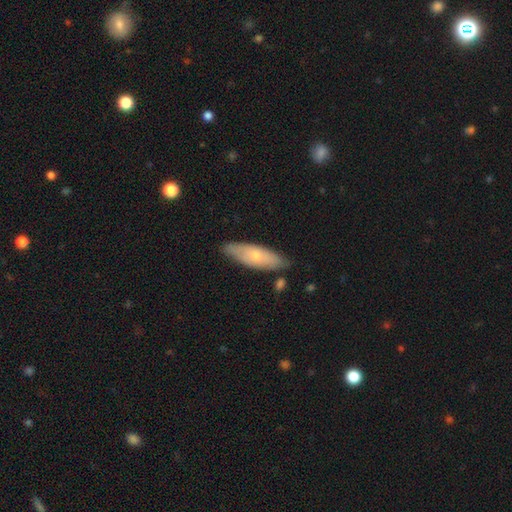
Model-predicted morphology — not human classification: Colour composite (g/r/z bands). It shows a smooth galaxy with no disk features (59%) that is in between round and cigar-shaped (54%). Merging: none (77%).